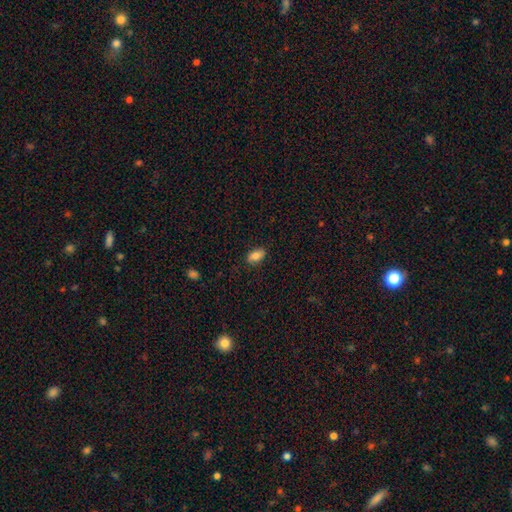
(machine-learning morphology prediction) Overall: smooth (81%). How rounded: in between (90%). Merging: none (84%).